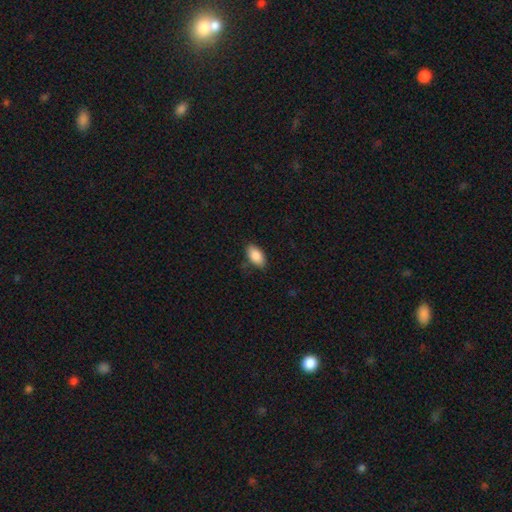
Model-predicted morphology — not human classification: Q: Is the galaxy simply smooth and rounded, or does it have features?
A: smooth — 88%.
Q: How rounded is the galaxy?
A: in between — 93%.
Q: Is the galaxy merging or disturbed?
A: none — 82%.